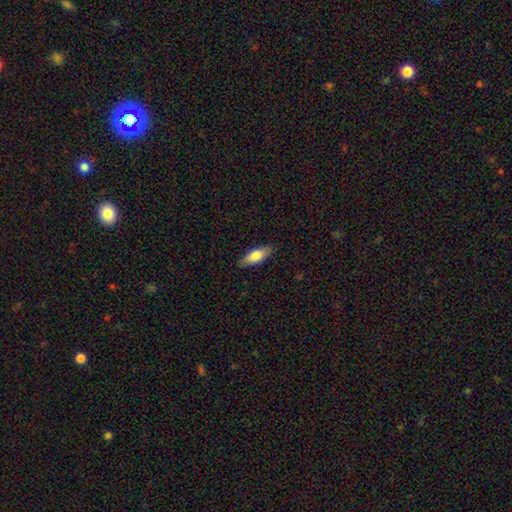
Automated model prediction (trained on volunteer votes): Morphology: type=smooth (75%); roundness=in between (69%); merging=none (87%).